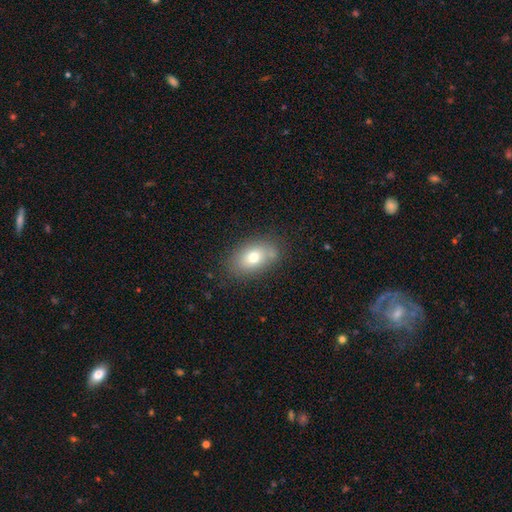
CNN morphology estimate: type=smooth (73%); roundness=in between (85%); merging=none (76%).